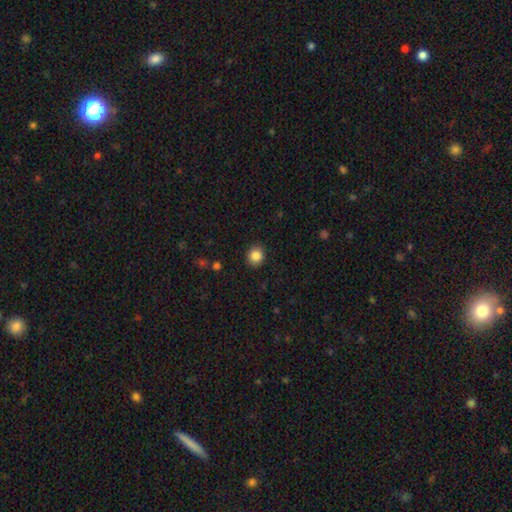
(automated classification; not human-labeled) Q: Smooth or featured?
A: smooth (86%); runner-up: star or artifact (10%)
Q: How rounded?
A: round (77%); runner-up: in between (22%)
Q: Merging?
A: none (90%); runner-up: minor disturbance (7%)